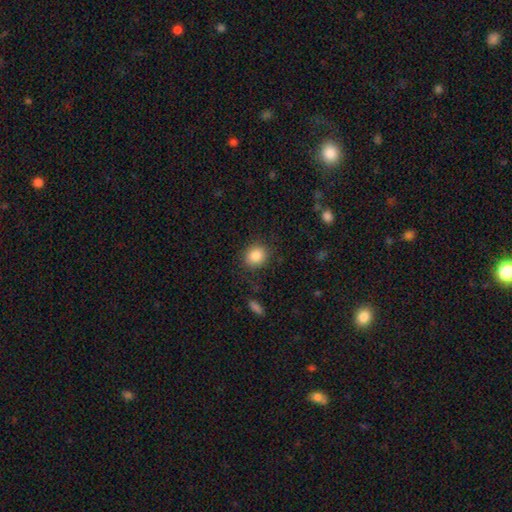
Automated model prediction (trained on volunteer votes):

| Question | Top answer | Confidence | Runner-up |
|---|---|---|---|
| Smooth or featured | smooth | 87% | star or artifact (9%) |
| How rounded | round | 75% | in between (24%) |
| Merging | none | 85% | minor disturbance (10%) |